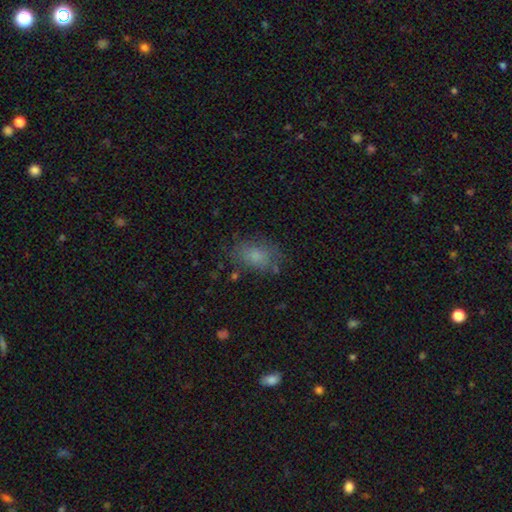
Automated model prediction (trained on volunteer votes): smooth_or_featured: smooth (p=0.79) [alt: featured or disk p=0.11]
how_rounded: in between (p=0.84) [alt: round p=0.14]
merging: none (p=0.70) [alt: minor disturbance p=0.19]